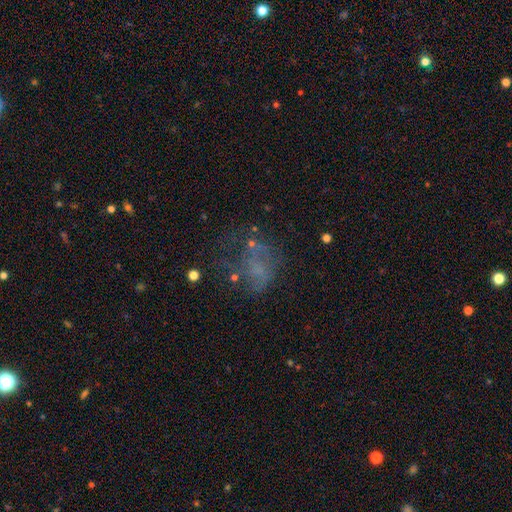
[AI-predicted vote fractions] A featured or disk galaxy (39%). Merging: none (39%).